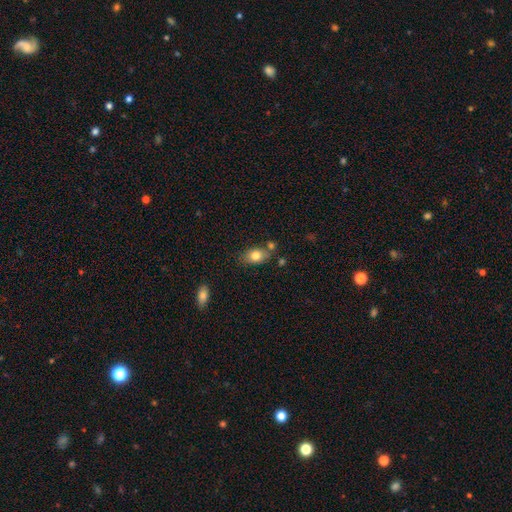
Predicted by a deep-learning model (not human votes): This appears to be a smooth galaxy with no disk features (80%) that is in between round and cigar-shaped (80%). Merging: none (64%).